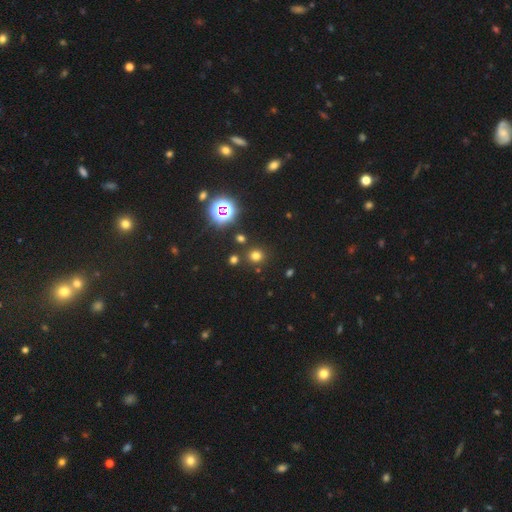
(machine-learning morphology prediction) smooth-or-featured: smooth: 66% | star or artifact: 28% | featured or disk: 6%
  how-rounded: round: 89% | in between: 10% | cigar-shaped: 1%
  merging: none: 85% | minor disturbance: 7% | merger: 6% | major disturbance: 3%